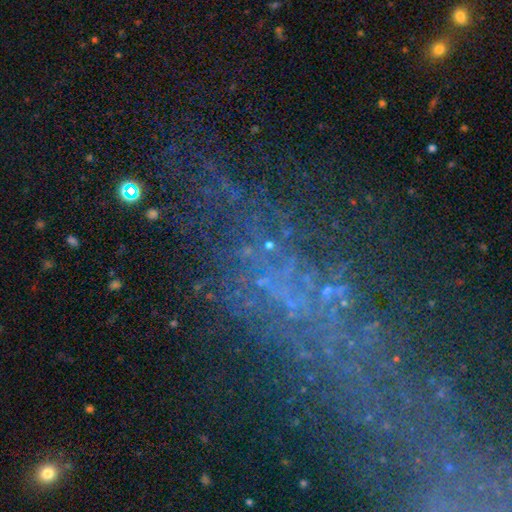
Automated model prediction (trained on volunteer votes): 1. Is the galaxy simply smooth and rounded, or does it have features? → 43% star or artifact, 39% featured or disk, 18% smooth.